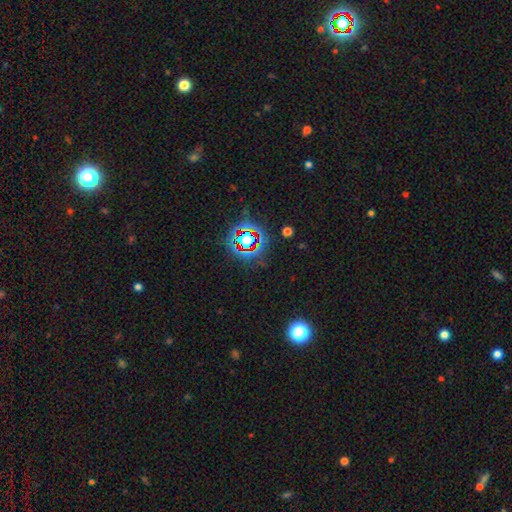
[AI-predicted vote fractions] The model was most divided on "smooth or featured": star or artifact: 77%, smooth: 13%, featured or disk: 10%.